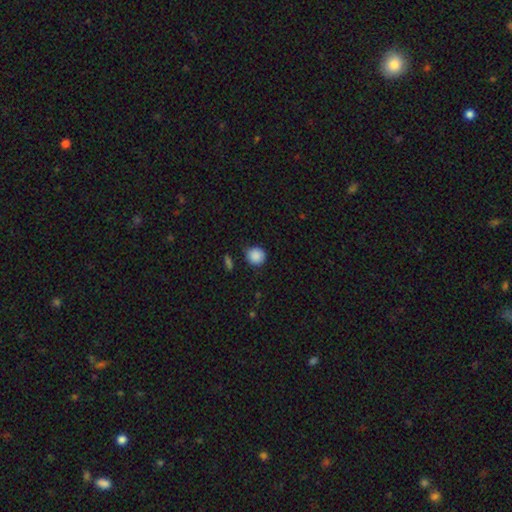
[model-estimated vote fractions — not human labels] Smooth or featured? smooth (88%)
How rounded? round (90%)
Merging? none (79%)